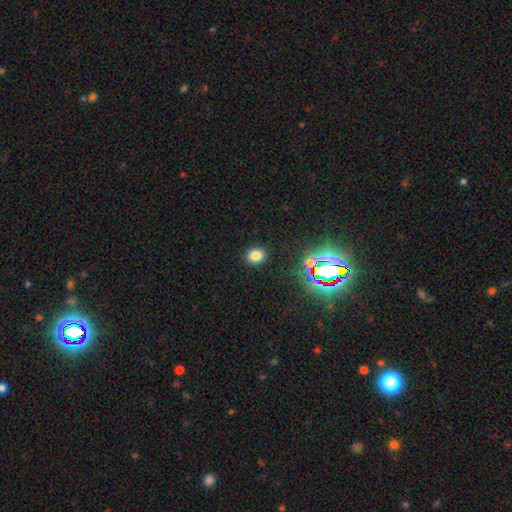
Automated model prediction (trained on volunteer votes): A smooth galaxy with no disk features (77%) that is round (54%). Merging: none (89%).